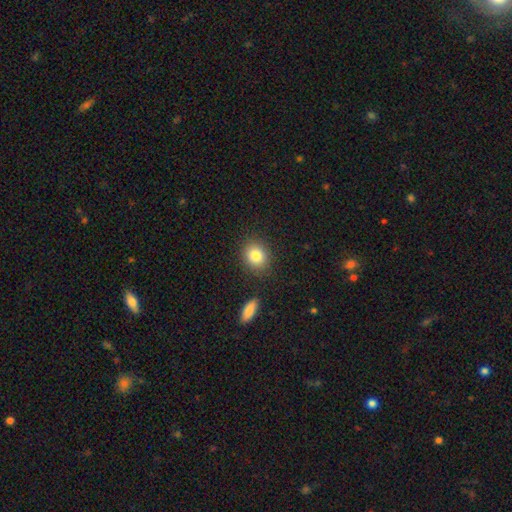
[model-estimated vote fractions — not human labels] A smooth galaxy with no disk features (83%) that is round (62%).

Vote fractions:
- Smooth or featured? smooth: 83% / star or artifact: 9% / featured or disk: 7%
- How rounded? round: 62% / in between: 36% / cigar-shaped: 1%
- Merging? none: 85% / minor disturbance: 9% / merger: 3% / major disturbance: 3%